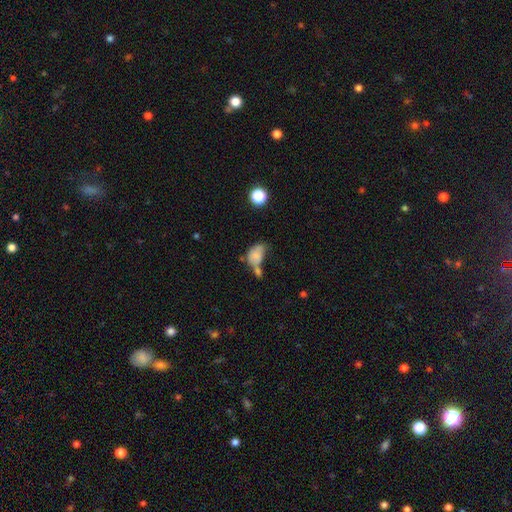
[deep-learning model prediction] This is likely a smooth galaxy (72%). How rounded: clearly in between (83%). Merging: marginally merger (43%).